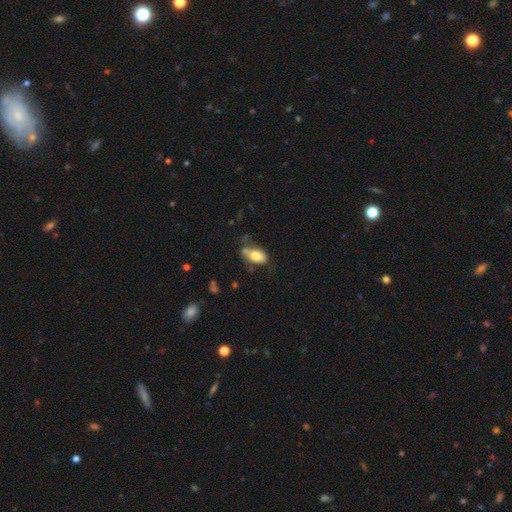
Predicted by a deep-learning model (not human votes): Overall: smooth (73%). How rounded: in between (89%). Merging: none (50%; minor disturbance 30%).